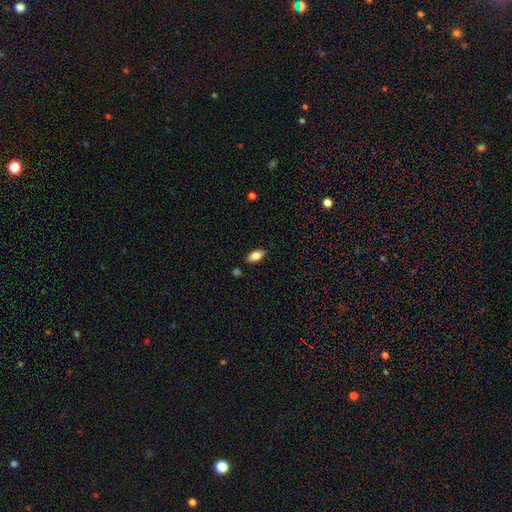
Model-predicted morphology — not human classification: Smooth or featured?
  - smooth: 75% *
  - featured or disk: 18%
  - star or artifact: 7%
How rounded?
  - in between: 86% *
  - cigar-shaped: 11%
  - round: 3%
Merging?
  - none: 86% *
  - minor disturbance: 10%
  - merger: 2%
  - major disturbance: 2%